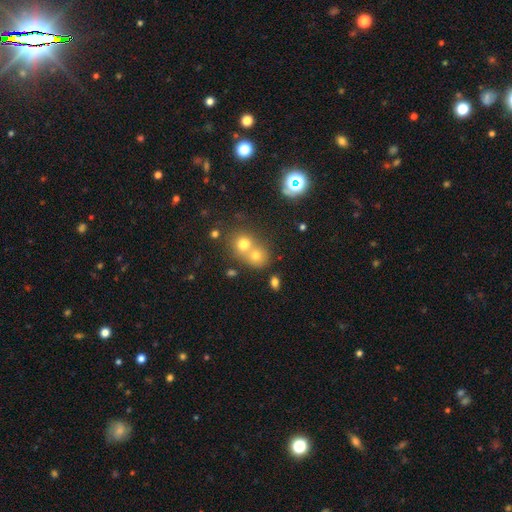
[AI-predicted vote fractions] This is likely a smooth galaxy (68%). How rounded: likely round (75%). Merging: possibly merger (56%).